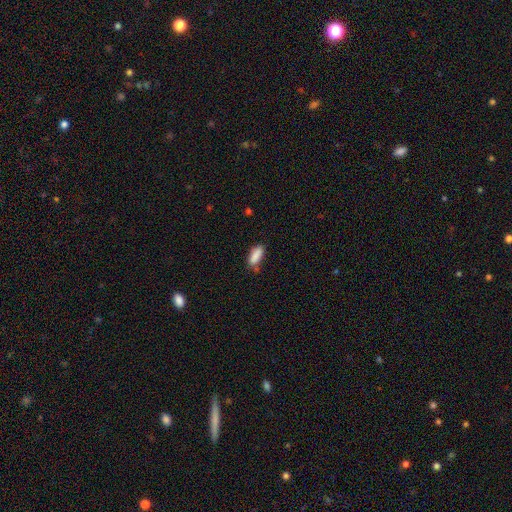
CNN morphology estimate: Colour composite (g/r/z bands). It shows a smooth galaxy with no disk features (87%) that is in between round and cigar-shaped (72%). Merging: none (69%).